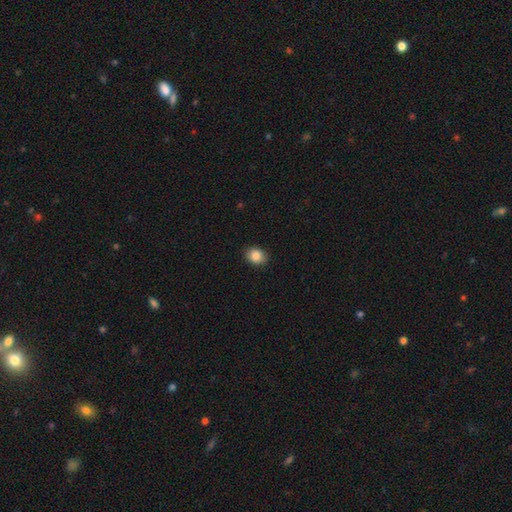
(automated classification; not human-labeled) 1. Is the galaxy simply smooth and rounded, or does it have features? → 86% smooth, 9% star or artifact, 5% featured or disk.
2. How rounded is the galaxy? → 50% in between, 49% round, 1% cigar-shaped.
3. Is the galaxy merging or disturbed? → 89% none, 8% minor disturbance, 2% major disturbance, 1% merger.